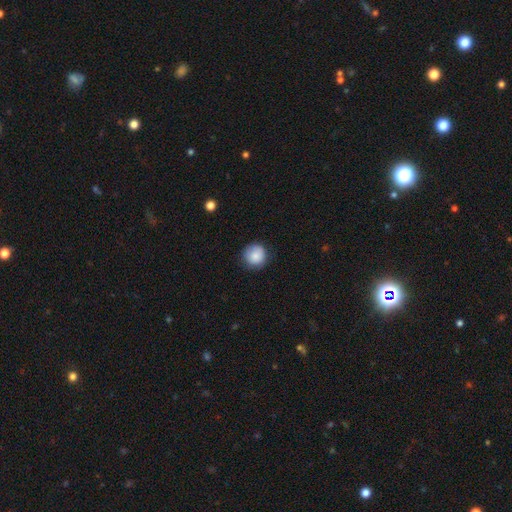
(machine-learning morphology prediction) smooth 86%, star or artifact 8%, featured or disk 6%. Down the decision tree: how rounded — round (92%); merging — none (80%).